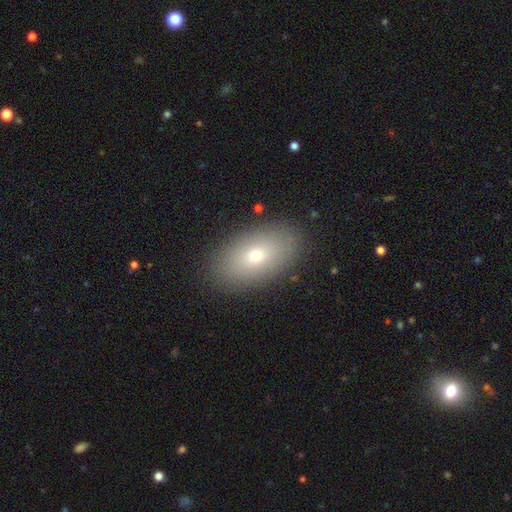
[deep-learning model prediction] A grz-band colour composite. It shows a smooth galaxy with no disk features (68%) that is in between round and cigar-shaped (89%). Merging: none (89%).